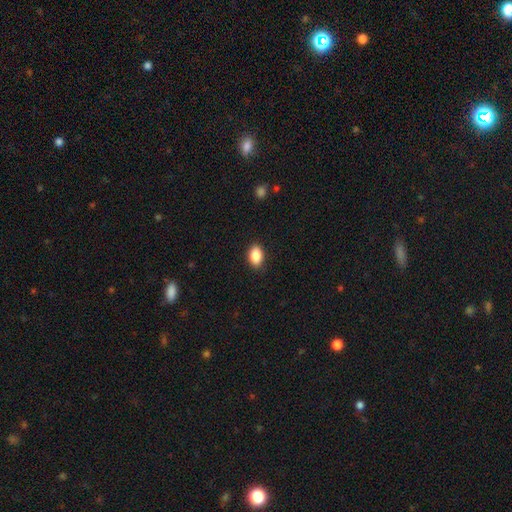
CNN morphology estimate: A smooth galaxy with no disk features (87%) that is in between round and cigar-shaped (88%). Merging: none (89%).